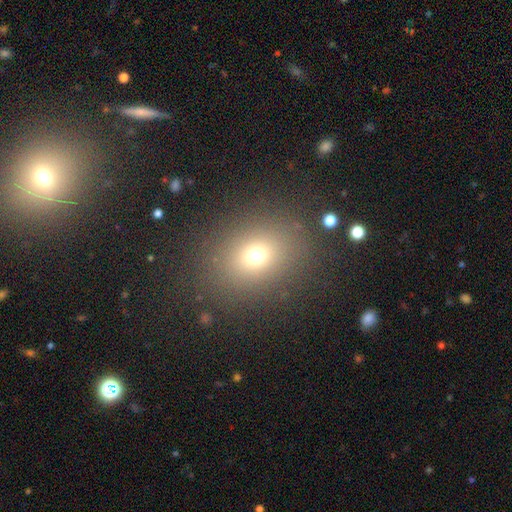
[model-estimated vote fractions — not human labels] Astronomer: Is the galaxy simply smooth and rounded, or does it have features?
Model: smooth — 71%.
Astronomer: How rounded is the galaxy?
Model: round — 51% (runner-up: in between, 48%).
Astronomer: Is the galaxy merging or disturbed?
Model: none — 84%.